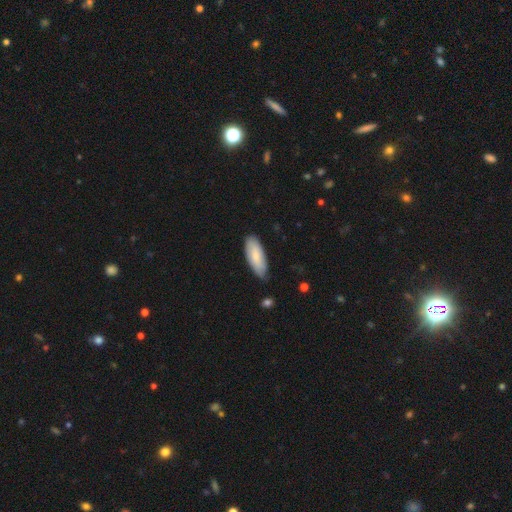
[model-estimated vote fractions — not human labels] smooth 77%, featured or disk 18%, star or artifact 5%. Down the decision tree: how rounded — in between (75%); merging — none (79%).